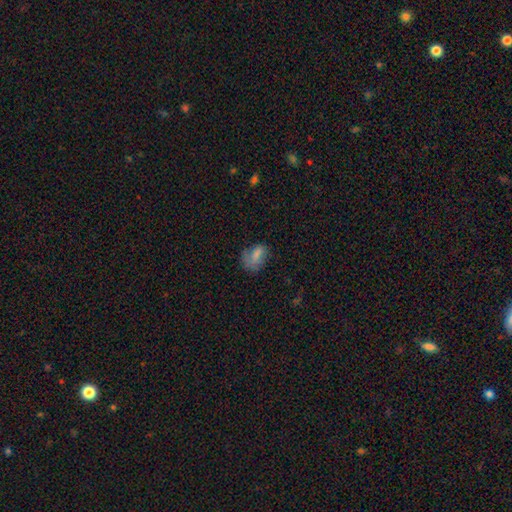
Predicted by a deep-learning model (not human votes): Overall: smooth (73%). How rounded: in between (78%). Merging: none (47%; minor disturbance 29%).